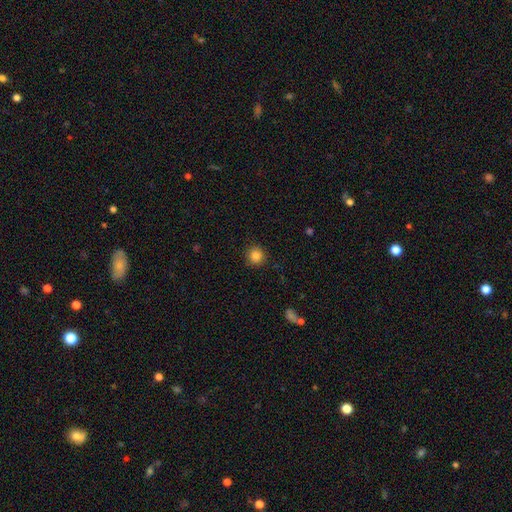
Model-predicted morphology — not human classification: smooth-or-featured: smooth: 85% | star or artifact: 11% | featured or disk: 5%
  how-rounded: round: 93% | in between: 6% | cigar-shaped: 1%
  merging: none: 91% | minor disturbance: 6% | major disturbance: 2% | merger: 1%